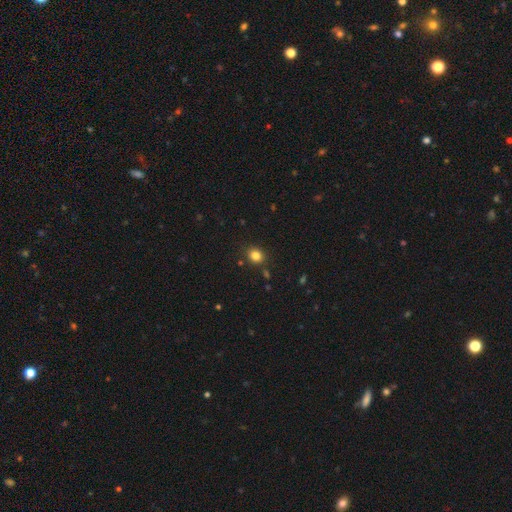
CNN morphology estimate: A smooth galaxy with no disk features (82%) that is round (68%).

Vote fractions:
- Smooth or featured? smooth: 82% / star or artifact: 13% / featured or disk: 5%
- How rounded? round: 68% / in between: 31% / cigar-shaped: 1%
- Merging? none: 85% / minor disturbance: 9% / merger: 3% / major disturbance: 3%